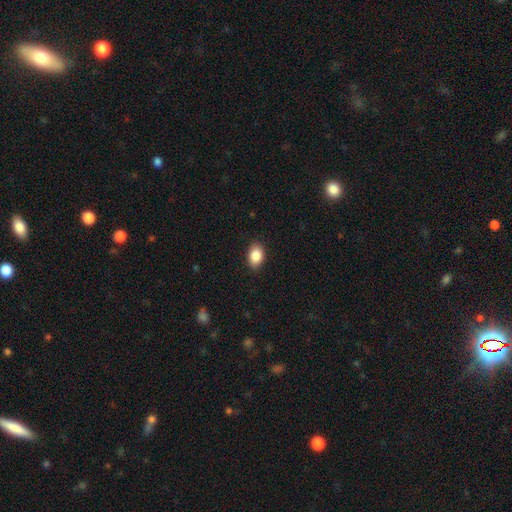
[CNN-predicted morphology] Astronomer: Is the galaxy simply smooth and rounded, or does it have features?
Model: smooth — 88%.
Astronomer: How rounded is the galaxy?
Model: in between — 83%.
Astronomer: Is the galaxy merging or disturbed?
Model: none — 88%.